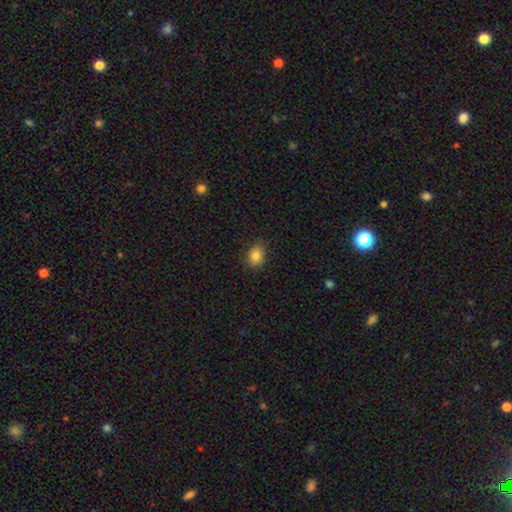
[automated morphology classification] A smooth galaxy with no disk features (83%) that is in between round and cigar-shaped (53%).

Vote fractions:
- Smooth or featured? smooth: 83% / star or artifact: 10% / featured or disk: 6%
- How rounded? in between: 53% / round: 46% / cigar-shaped: 1%
- Merging? none: 85% / minor disturbance: 12% / major disturbance: 3% / merger: 1%